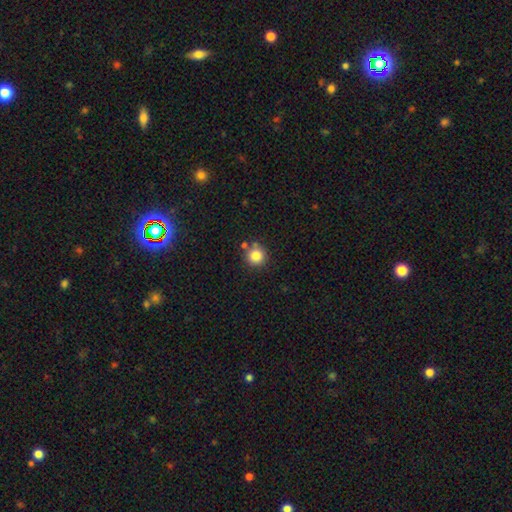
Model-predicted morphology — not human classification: Smooth or featured: smooth — 83% (star or artifact — 11%)
How rounded: round — 94% (in between — 5%)
Merging: none — 76% (merger — 11%)